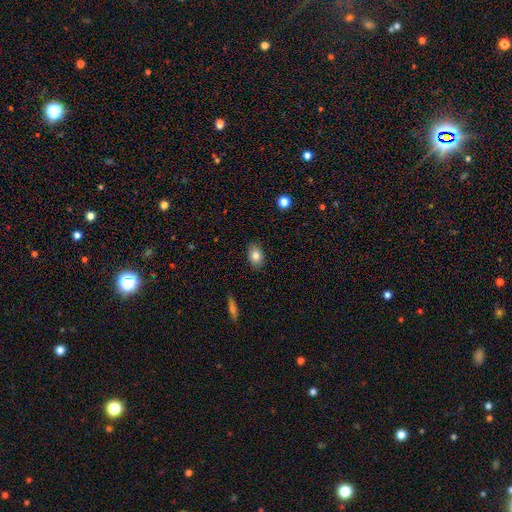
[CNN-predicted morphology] type=smooth (82%); roundness=in between (77%); merging=none (86%).